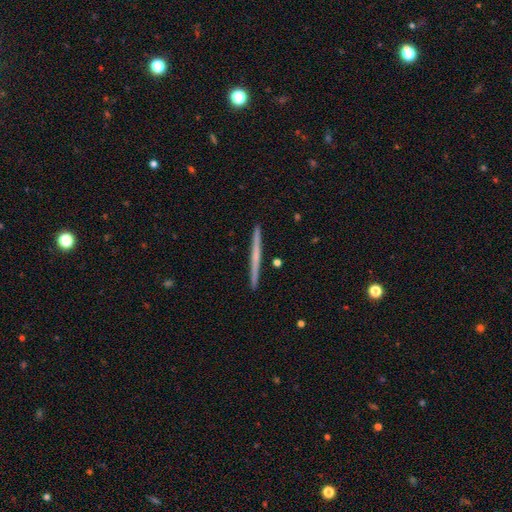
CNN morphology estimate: Smooth or featured? Predicted: featured or disk (p=0.55). Edge-on disk? Predicted: yes (p=0.98). Edge-on bulge? Predicted: none (p=0.75). Merging? Predicted: none (p=0.93).